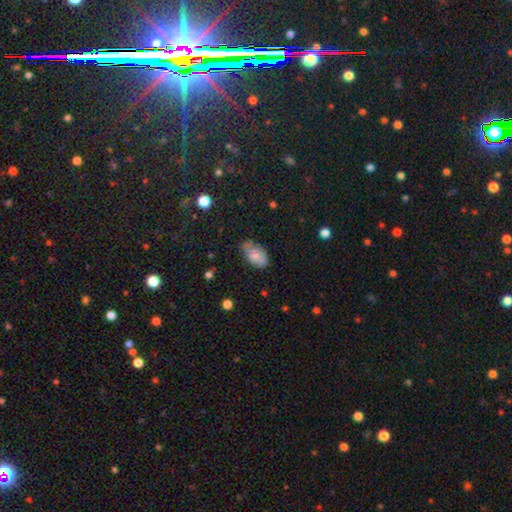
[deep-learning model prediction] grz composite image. It shows a smooth galaxy with no disk features (61%) that is in between round and cigar-shaped (92%). Merging: none (66%).